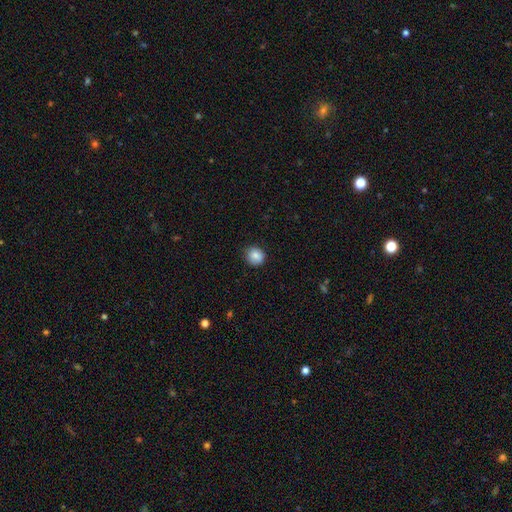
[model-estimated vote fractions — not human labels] The model was most divided on "merging": none: 83%, minor disturbance: 13%, major disturbance: 2%, merger: 1%. More confident: how rounded — round (86%); smooth or featured — smooth (86%).